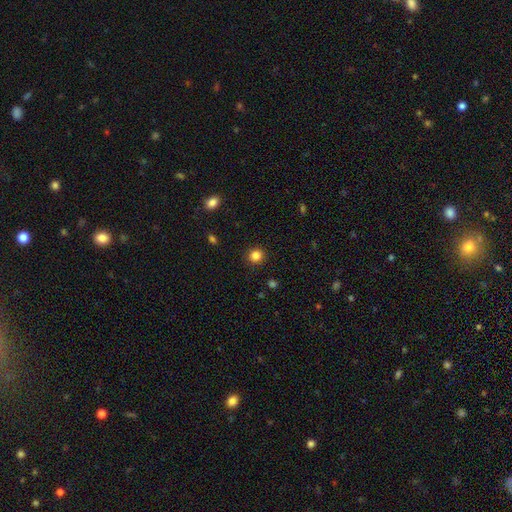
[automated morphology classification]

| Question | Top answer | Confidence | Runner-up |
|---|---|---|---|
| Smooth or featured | smooth | 84% | star or artifact (12%) |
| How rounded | round | 92% | in between (7%) |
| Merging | none | 91% | minor disturbance (6%) |